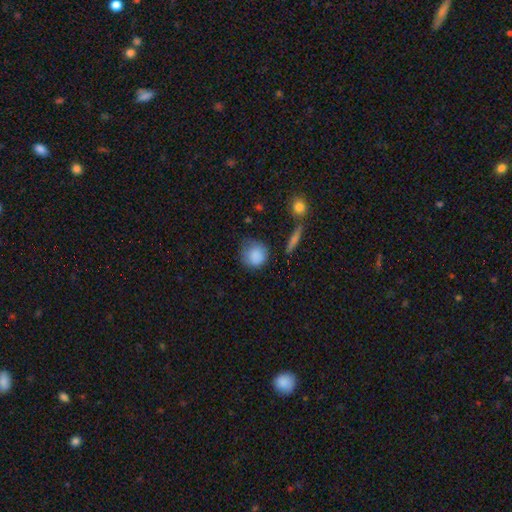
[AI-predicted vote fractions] Smooth or featured: smooth — 84% (star or artifact — 8%)
How rounded: round — 83% (in between — 15%)
Merging: none — 59% (minor disturbance — 29%)